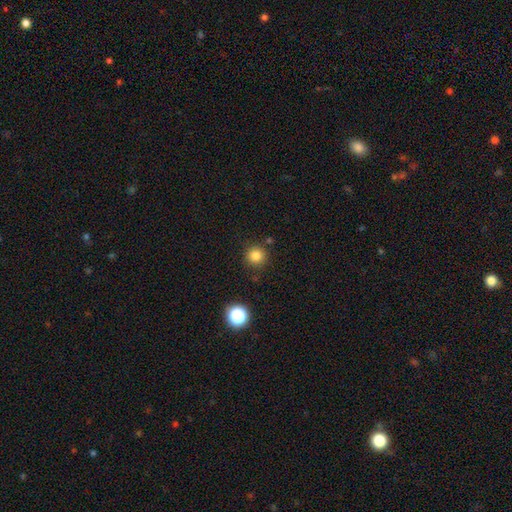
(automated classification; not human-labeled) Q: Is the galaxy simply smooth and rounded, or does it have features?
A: smooth — 82%.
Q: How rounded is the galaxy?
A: round — 95%.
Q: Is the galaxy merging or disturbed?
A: none — 87%.